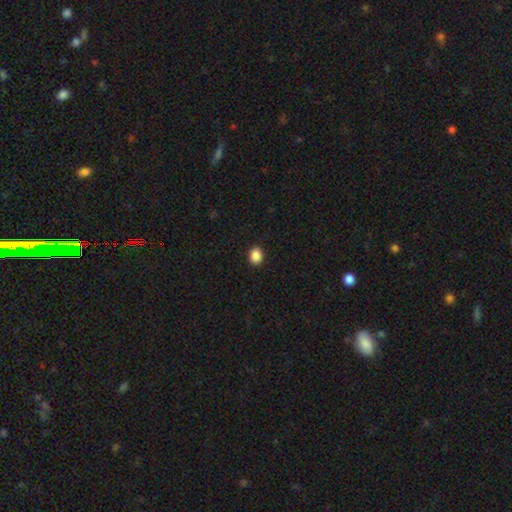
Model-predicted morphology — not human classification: smooth 88%, star or artifact 9%, featured or disk 3%. Down the decision tree: how rounded — round (59%); merging — none (92%).